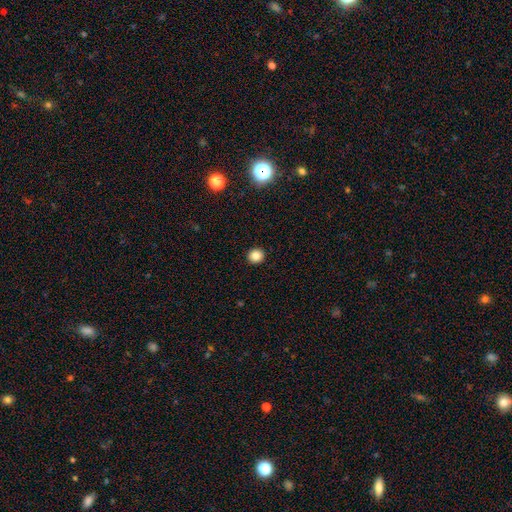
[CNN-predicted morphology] smooth_or_featured: smooth (p=0.84) [alt: star or artifact p=0.11]
how_rounded: round (p=0.92) [alt: in between p=0.07]
merging: none (p=0.93) [alt: minor disturbance p=0.04]